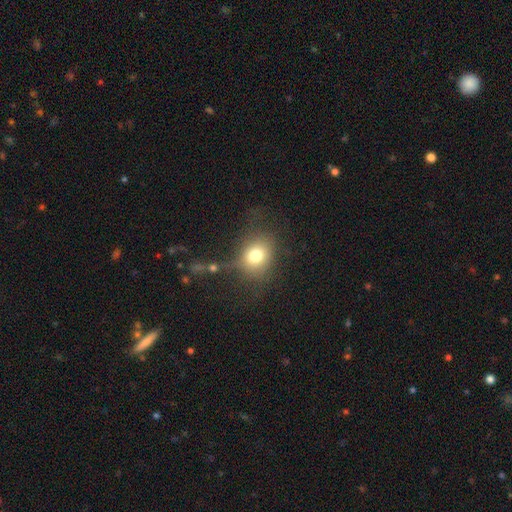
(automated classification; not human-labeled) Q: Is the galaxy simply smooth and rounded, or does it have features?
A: smooth — 74%.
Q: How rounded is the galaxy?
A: round — 64%.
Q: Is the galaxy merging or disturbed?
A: none — 59%.